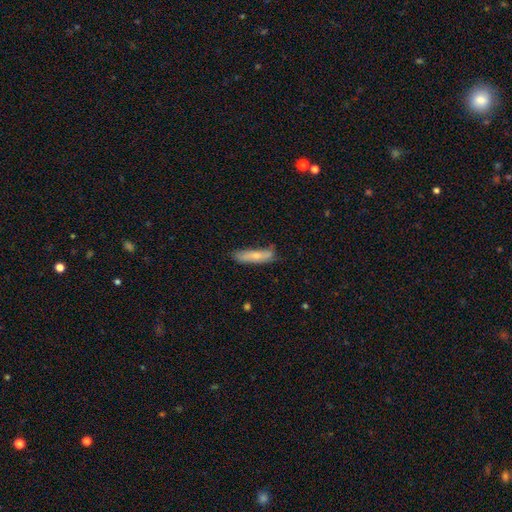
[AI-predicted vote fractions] Smooth or featured: smooth — 68% (featured or disk — 25%)
How rounded: cigar-shaped — 79% (in between — 19%)
Merging: none — 67% (minor disturbance — 24%)